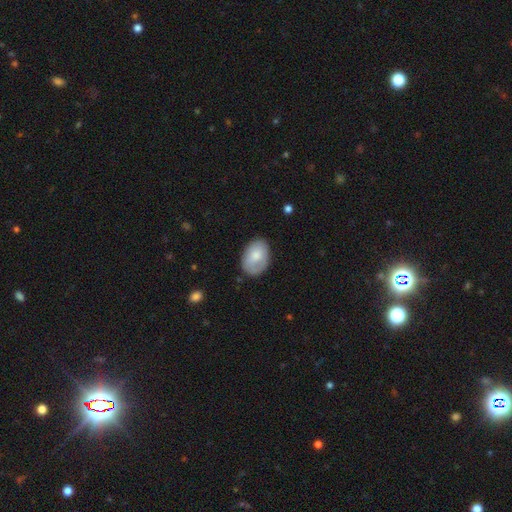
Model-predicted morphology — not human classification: type=smooth (73%); roundness=in between (84%); merging=none (73%).